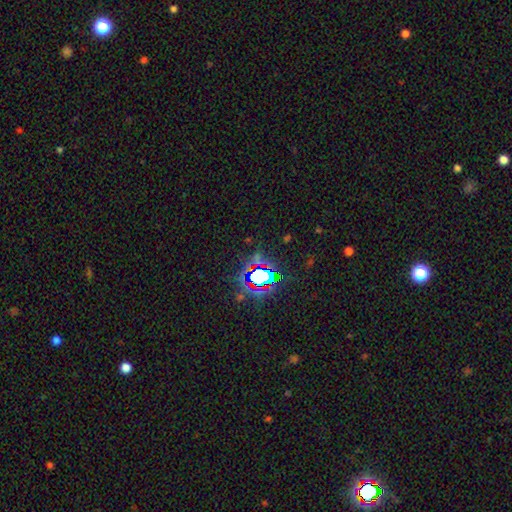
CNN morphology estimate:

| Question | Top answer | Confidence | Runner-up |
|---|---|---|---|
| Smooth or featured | star or artifact | 79% | smooth (12%) |